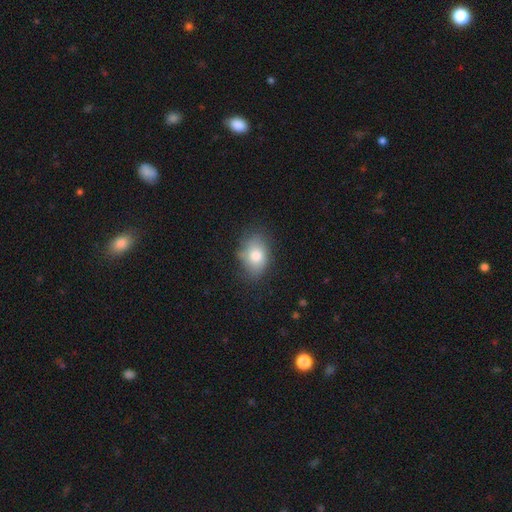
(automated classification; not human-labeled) smooth_or_featured: smooth (p=0.76) [alt: featured or disk p=0.16]
how_rounded: in between (p=0.77) [alt: round p=0.22]
merging: none (p=0.66) [alt: minor disturbance p=0.25]